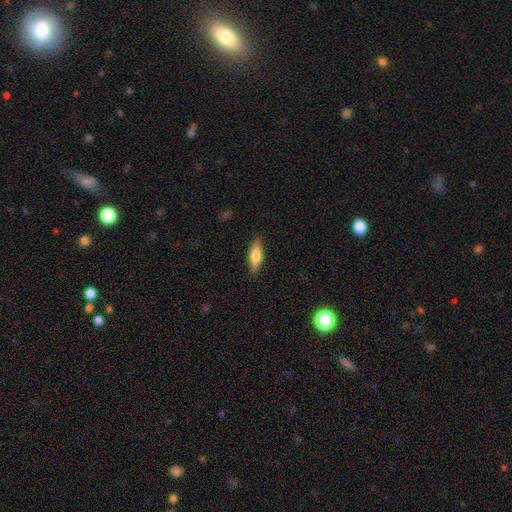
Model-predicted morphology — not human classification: smooth_or_featured: smooth (p=0.71) [alt: featured or disk p=0.23]
how_rounded: cigar-shaped (p=0.50) [alt: in between p=0.48]
merging: none (p=0.88) [alt: minor disturbance p=0.08]